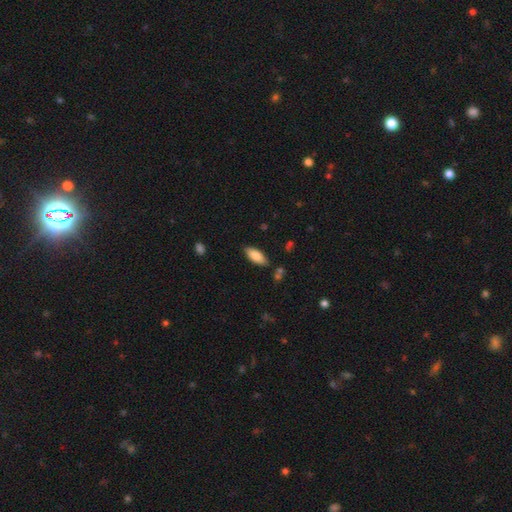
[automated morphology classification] Overall: smooth (84%). How rounded: in between (83%). Merging: none (83%).